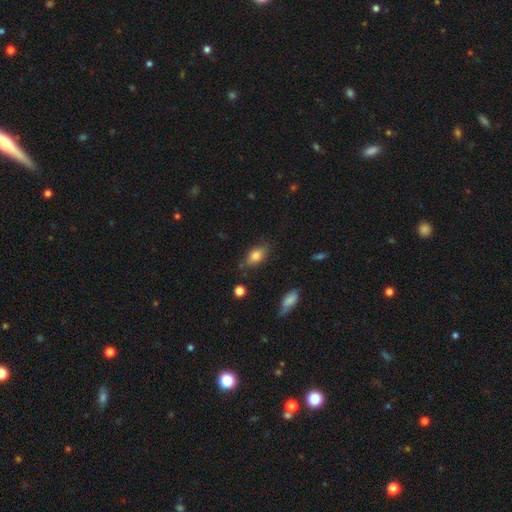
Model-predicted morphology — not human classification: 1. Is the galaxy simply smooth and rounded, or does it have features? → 77% smooth, 15% featured or disk, 8% star or artifact.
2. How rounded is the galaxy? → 85% in between, 8% round, 7% cigar-shaped.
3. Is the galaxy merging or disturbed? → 73% none, 20% minor disturbance, 4% major disturbance, 4% merger.